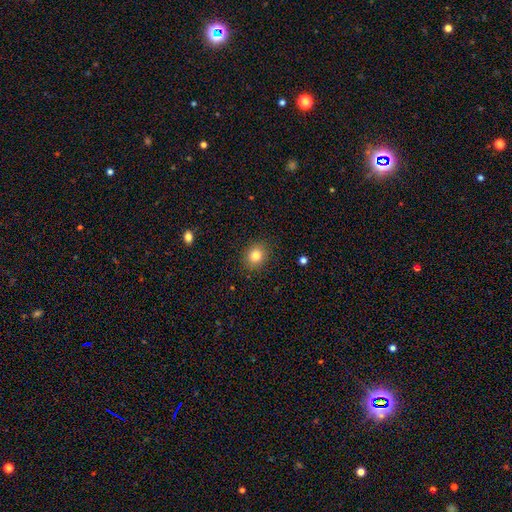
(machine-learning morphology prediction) The model was most divided on "how rounded": round: 65%, in between: 34%, cigar-shaped: 1%. More confident: merging — none (88%); smooth or featured — smooth (82%).